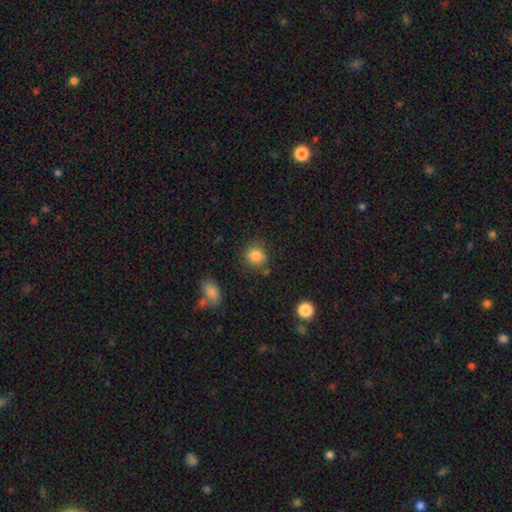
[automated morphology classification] Smooth or featured?
  - smooth: 84% *
  - star or artifact: 10%
  - featured or disk: 6%
How rounded?
  - round: 80% *
  - in between: 19%
  - cigar-shaped: 1%
Merging?
  - none: 81% *
  - minor disturbance: 12%
  - merger: 4%
  - major disturbance: 4%